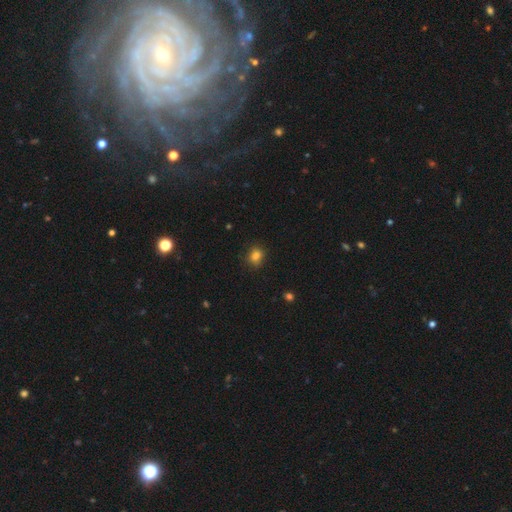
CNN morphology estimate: This appears to be a smooth galaxy with no disk features (83%) that is round (63%). Merging: none (80%).